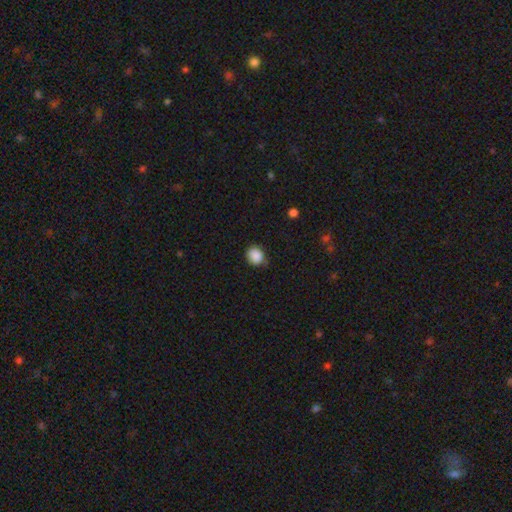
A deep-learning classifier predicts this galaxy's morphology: This is clearly a smooth galaxy (87%). How rounded: likely round (71%). Merging: likely none (73%).